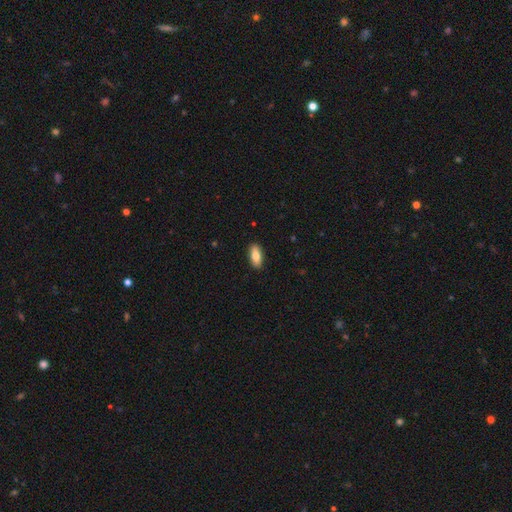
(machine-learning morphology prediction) A smooth galaxy with no disk features (80%) that is in between round and cigar-shaped (81%).

Vote fractions:
- Smooth or featured? smooth: 80% / featured or disk: 14% / star or artifact: 6%
- How rounded? in between: 81% / cigar-shaped: 16% / round: 2%
- Merging? none: 90% / minor disturbance: 8% / major disturbance: 2% / merger: 1%